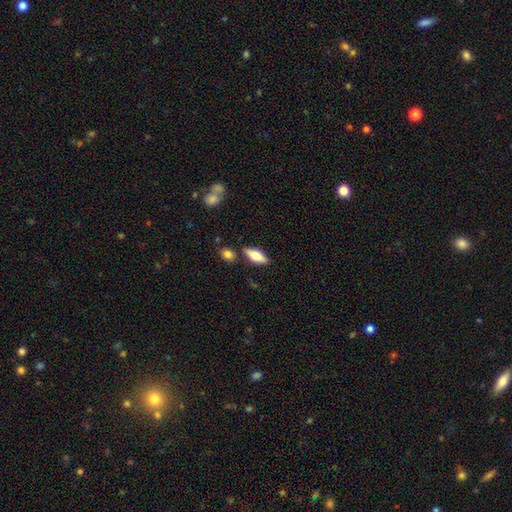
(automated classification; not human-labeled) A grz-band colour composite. It shows a smooth galaxy with no disk features (65%) that is in between round and cigar-shaped (73%). Merging: none (80%).